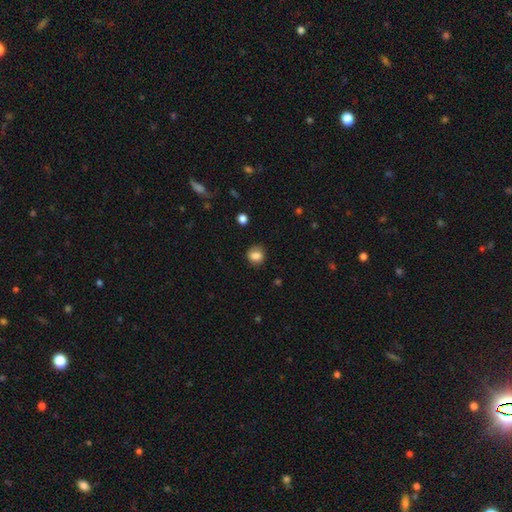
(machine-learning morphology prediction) A smooth galaxy with no disk features (84%) that is round (80%). Merging: none (77%).